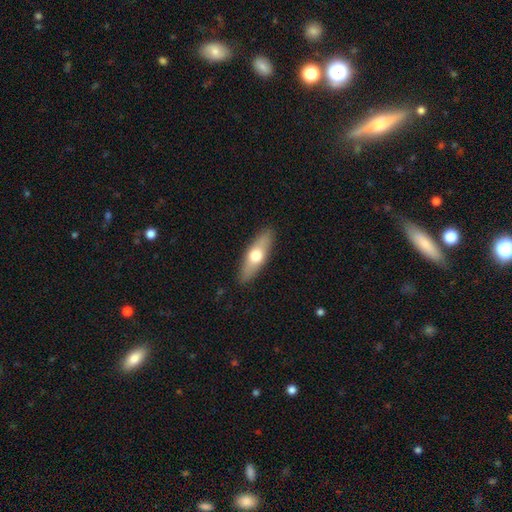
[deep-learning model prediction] A smooth galaxy with no disk features (55%) that is cigar-shaped (51%).

Vote fractions:
- Smooth or featured? smooth: 55% / featured or disk: 40% / star or artifact: 5%
- How rounded? cigar-shaped: 51% / in between: 46% / round: 3%
- Merging? none: 89% / minor disturbance: 8% / major disturbance: 2% / merger: 1%